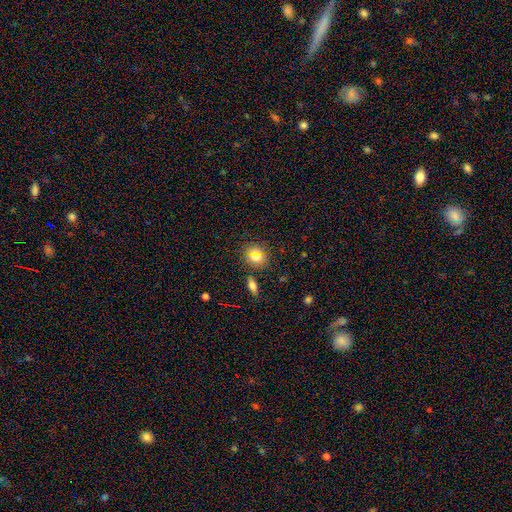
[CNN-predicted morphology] This appears to be a smooth galaxy with no disk features (66%) that is round (71%). Merging: none (83%).